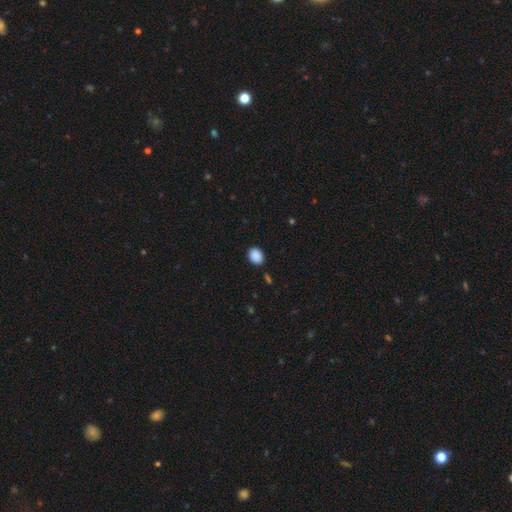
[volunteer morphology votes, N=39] Overall: smooth (92%). How rounded: in between (58%; round 42%). Merging: none (89%).